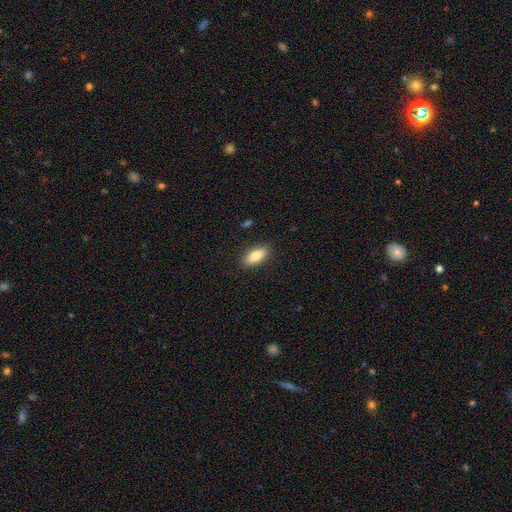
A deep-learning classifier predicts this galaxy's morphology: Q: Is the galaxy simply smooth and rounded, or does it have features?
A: smooth — 82%.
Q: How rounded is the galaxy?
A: in between — 84%.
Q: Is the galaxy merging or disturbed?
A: none — 88%.